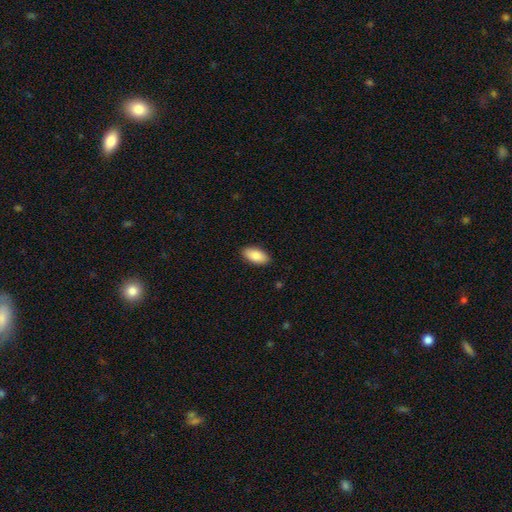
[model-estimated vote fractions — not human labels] Q: Smooth or featured?
A: smooth (88%); runner-up: featured or disk (6%)
Q: How rounded?
A: in between (93%); runner-up: cigar-shaped (5%)
Q: Merging?
A: none (89%); runner-up: minor disturbance (8%)